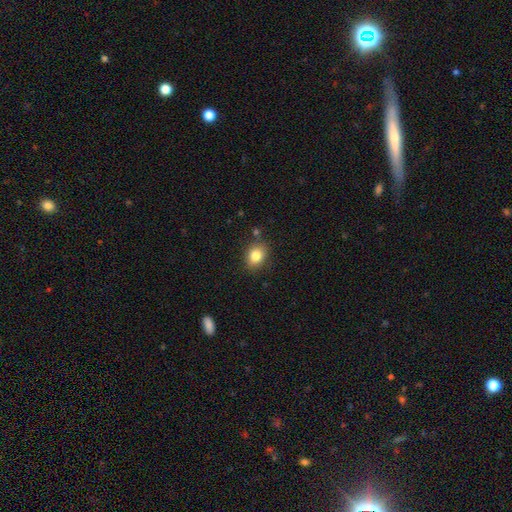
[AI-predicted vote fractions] The model was most divided on "how rounded": in between: 54%, round: 45%, cigar-shaped: 1%. More confident: smooth or featured — smooth (82%); merging — none (81%).